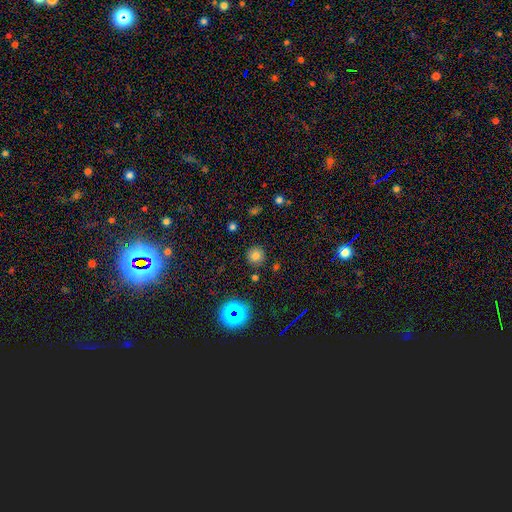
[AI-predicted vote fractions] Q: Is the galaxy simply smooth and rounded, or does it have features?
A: smooth — 76%.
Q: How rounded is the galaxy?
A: round — 94%.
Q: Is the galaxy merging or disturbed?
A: none — 89%.